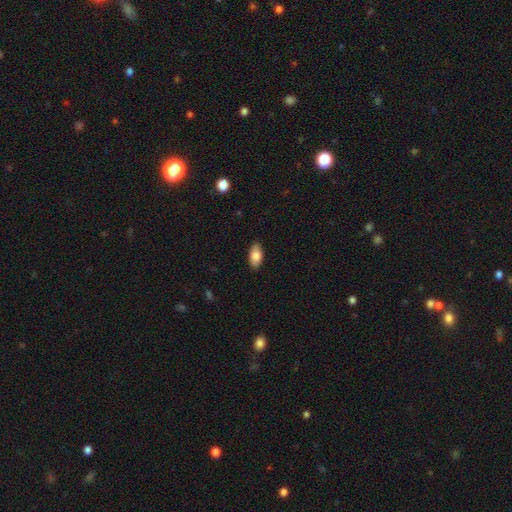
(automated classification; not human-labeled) smooth 84%, featured or disk 9%, star or artifact 6%. Down the decision tree: how rounded — in between (92%); merging — none (88%).